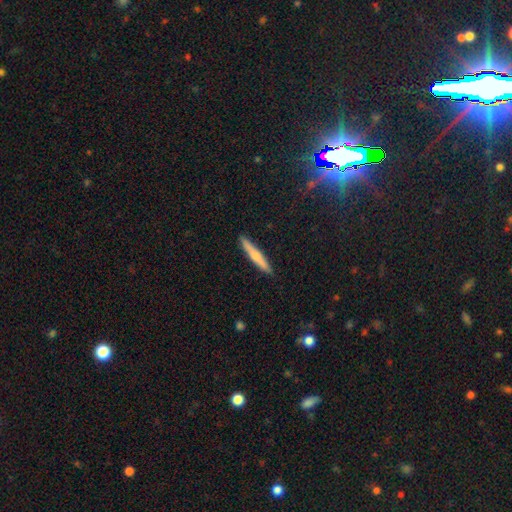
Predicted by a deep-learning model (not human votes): This is possibly a smooth galaxy (56%). How rounded: clearly cigar-shaped (94%). Merging: clearly none (90%).